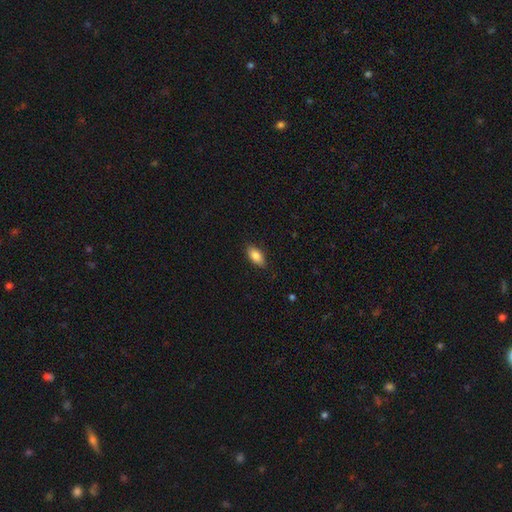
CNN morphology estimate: This appears to be a smooth galaxy with no disk features (85%) that is in between round and cigar-shaped (90%). Merging: none (86%).